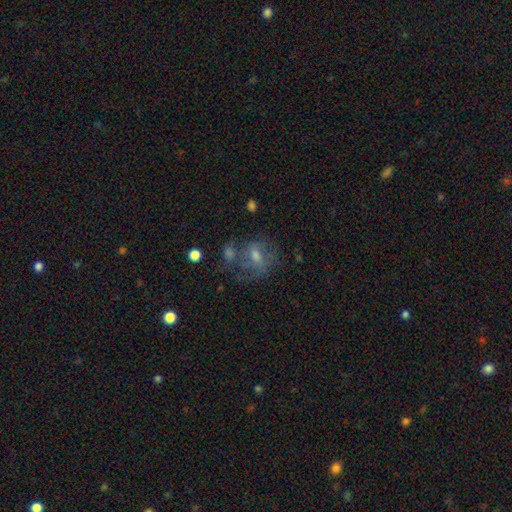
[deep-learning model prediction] A featured or disk galaxy (51%).

Vote fractions:
- Smooth or featured? featured or disk: 51% / smooth: 33% / star or artifact: 16%
- Edge-on disk? no: 95% / yes: 5%
- Merging? none: 46% / major disturbance: 20% / minor disturbance: 19% / merger: 15%